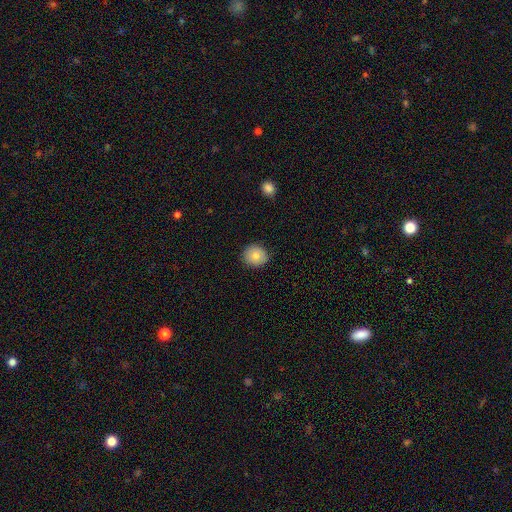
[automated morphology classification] Smooth or featured? Predicted: smooth (p=0.80). How rounded? Predicted: round (p=0.83). Merging? Predicted: none (p=0.88).